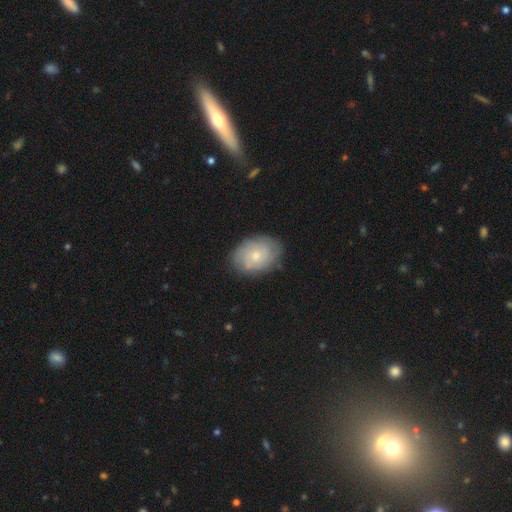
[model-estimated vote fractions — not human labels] Smooth or featured: smooth — 52% (featured or disk — 41%)
How rounded: in between — 73% (round — 26%)
Merging: none — 80% (minor disturbance — 15%)